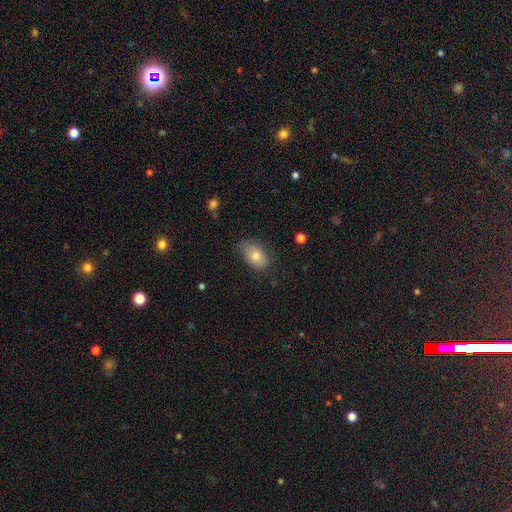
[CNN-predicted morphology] The model was most divided on "merging": none: 72%, minor disturbance: 22%, major disturbance: 5%, merger: 1%. More confident: how rounded — in between (89%); smooth or featured — smooth (75%).